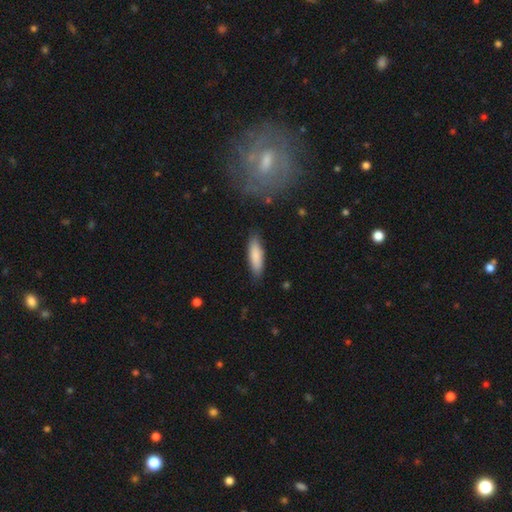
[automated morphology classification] This is clearly a smooth galaxy (85%). How rounded: possibly cigar-shaped (56%). Merging: clearly none (84%).